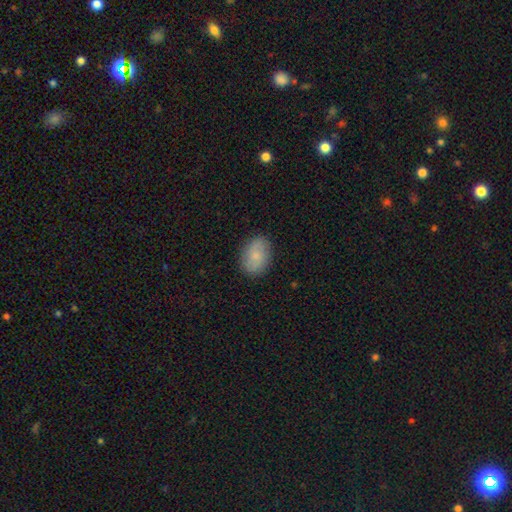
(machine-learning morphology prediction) smooth_or_featured: smooth (p=0.79) [alt: featured or disk p=0.14]
how_rounded: in between (p=0.80) [alt: round p=0.19]
merging: none (p=0.85) [alt: minor disturbance p=0.11]